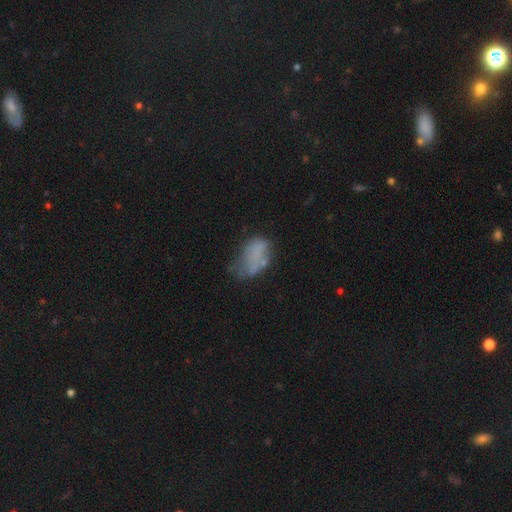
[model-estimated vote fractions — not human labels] A smooth galaxy with no disk features (58%) that is in between round and cigar-shaped (89%). Merging: none (34%).